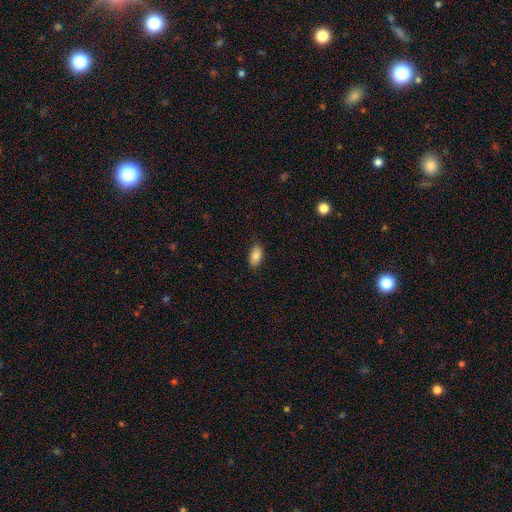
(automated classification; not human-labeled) A smooth galaxy with no disk features (84%) that is in between round and cigar-shaped (90%). Merging: none (87%).